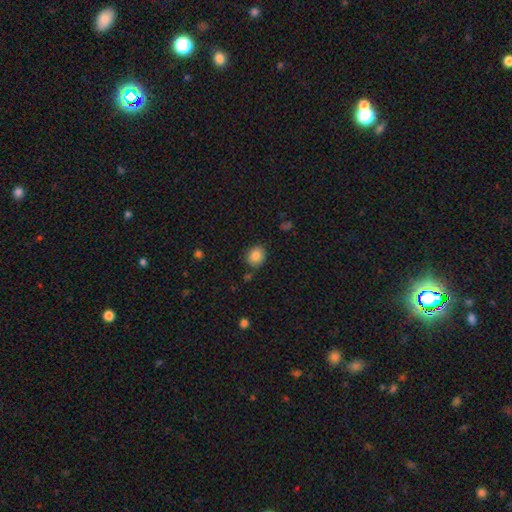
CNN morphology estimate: Smooth or featured: smooth — 86% (star or artifact — 9%)
How rounded: round — 69% (in between — 30%)
Merging: none — 81% (minor disturbance — 12%)